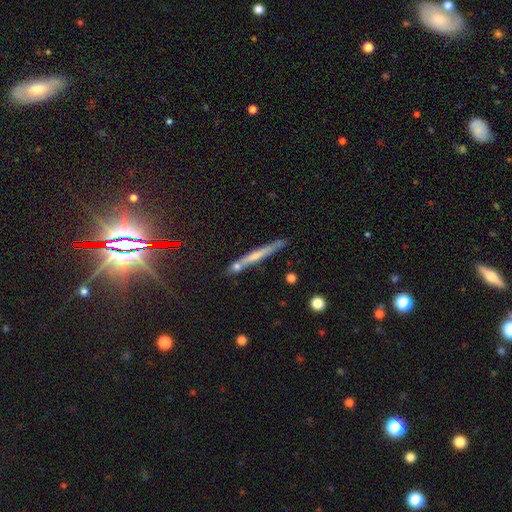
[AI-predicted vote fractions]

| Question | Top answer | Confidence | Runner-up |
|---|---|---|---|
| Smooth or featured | featured or disk | 45% | smooth (44%) |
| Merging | none | 75% | minor disturbance (13%) |